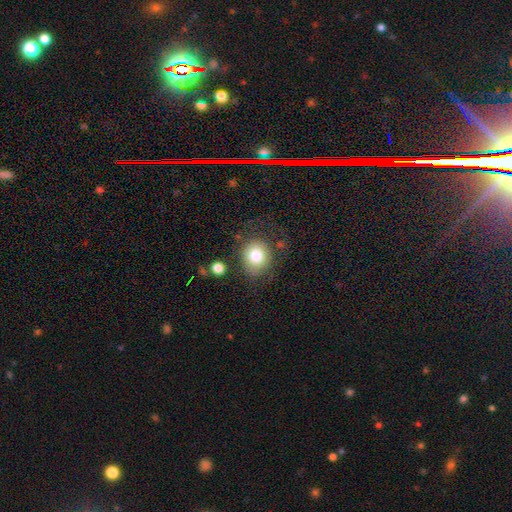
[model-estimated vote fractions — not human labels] smooth_or_featured: smooth (p=0.80) [alt: featured or disk p=0.11]
how_rounded: round (p=0.72) [alt: in between p=0.27]
merging: none (p=0.69) [alt: minor disturbance p=0.17]